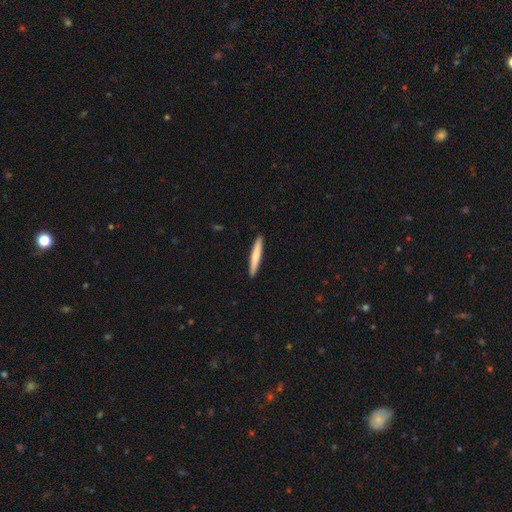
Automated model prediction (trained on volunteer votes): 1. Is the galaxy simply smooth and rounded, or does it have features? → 72% smooth, 24% featured or disk, 5% star or artifact.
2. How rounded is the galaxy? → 95% cigar-shaped, 4% in between, 1% round.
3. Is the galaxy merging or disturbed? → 92% none, 6% minor disturbance, 1% major disturbance, 1% merger.